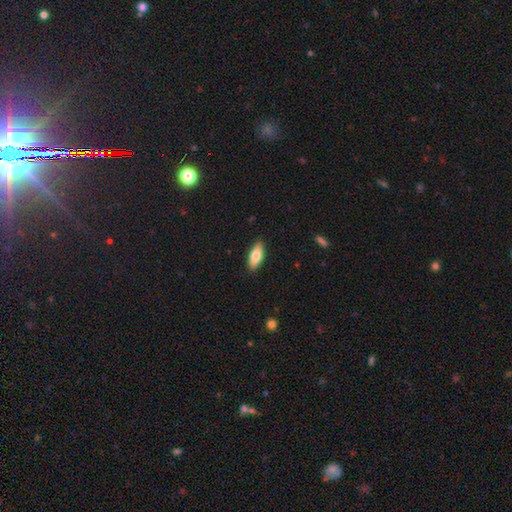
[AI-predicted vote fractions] The model was most divided on "how rounded": in between: 78%, cigar-shaped: 19%, round: 2%. More confident: merging — none (88%); smooth or featured — smooth (78%).